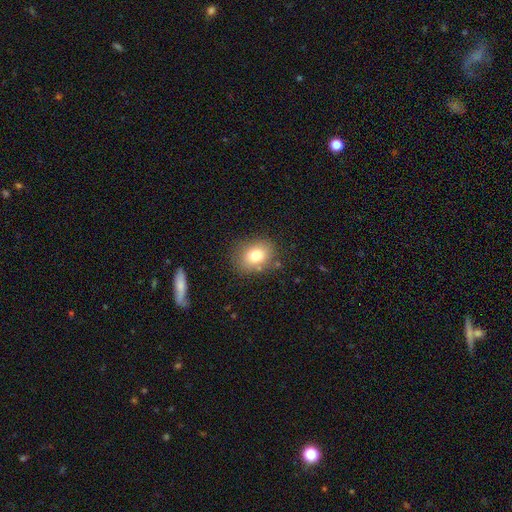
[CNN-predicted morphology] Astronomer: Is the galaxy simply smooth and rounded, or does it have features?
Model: smooth — 78%.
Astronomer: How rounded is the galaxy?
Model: in between — 56% (runner-up: round, 43%).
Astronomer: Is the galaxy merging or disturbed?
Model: none — 80%.